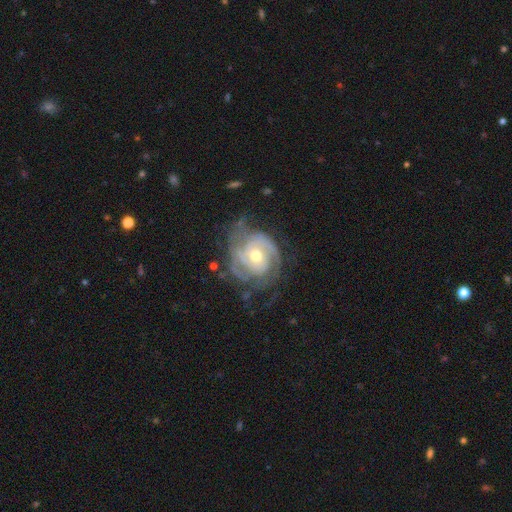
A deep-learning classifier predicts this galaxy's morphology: A featured or disk galaxy (88%) with no bar (73%), 2 (30%) tight (65%) spiral arms (96%) and a moderate central bulge (68%).

Vote fractions:
- Smooth or featured? featured or disk: 88% / smooth: 7% / star or artifact: 5%
- Edge-on disk? no: 98% / yes: 2%
- Bar? no: 73% / weak: 22% / strong: 5%
- Spiral arms? yes: 96% / no: 4%
- Spiral winding? tight: 65% / medium: 28% / loose: 7%
- Spiral arm count? 2: 30% / 3: 27% / can't tell: 24% / 4: 8% / 1: 5% / more than 4: 5%
- Bulge size? moderate: 68% / small: 26% / large: 4% / none: 1% / dominant: 1%
- Merging? none: 65% / minor disturbance: 21% / major disturbance: 12% / merger: 2%